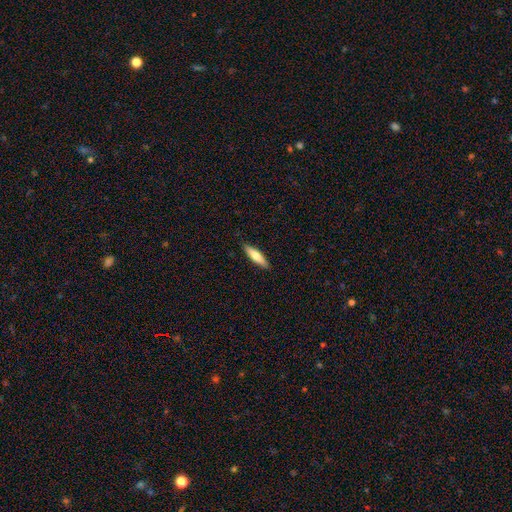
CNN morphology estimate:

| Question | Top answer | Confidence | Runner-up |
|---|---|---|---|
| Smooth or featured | smooth | 66% | featured or disk (28%) |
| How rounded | cigar-shaped | 71% | in between (27%) |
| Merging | none | 89% | minor disturbance (9%) |